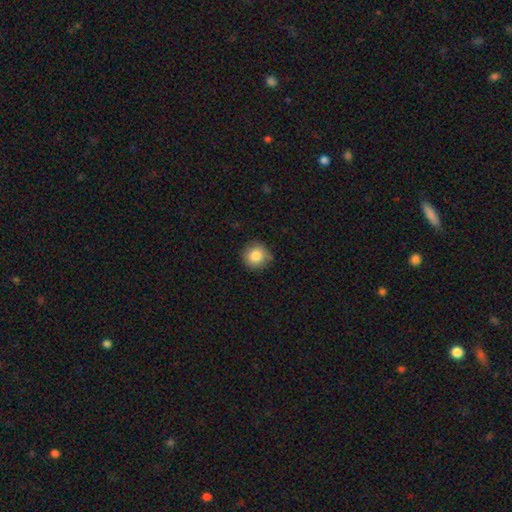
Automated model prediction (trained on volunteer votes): smooth_or_featured: smooth (p=0.83) [alt: star or artifact p=0.09]
how_rounded: round (p=0.92) [alt: in between p=0.07]
merging: none (p=0.81) [alt: minor disturbance p=0.15]